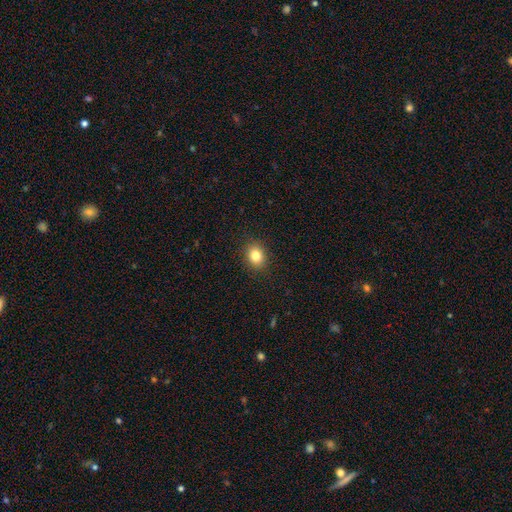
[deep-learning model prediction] The model was most divided on "how rounded": round: 56%, in between: 43%, cigar-shaped: 1%. More confident: merging — none (89%); smooth or featured — smooth (82%).